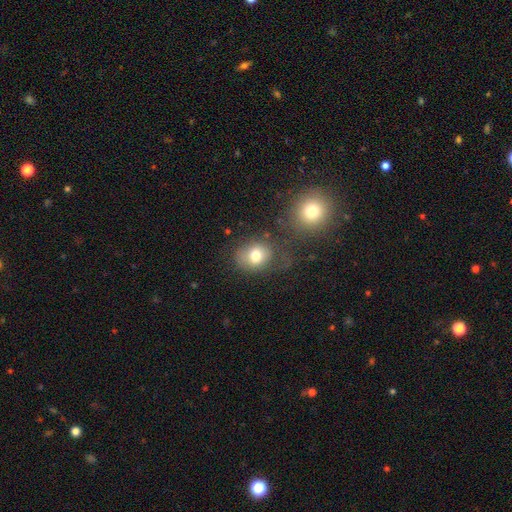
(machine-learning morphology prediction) Overall: smooth (74%). How rounded: round (55%; in between 44%). Merging: none (59%).